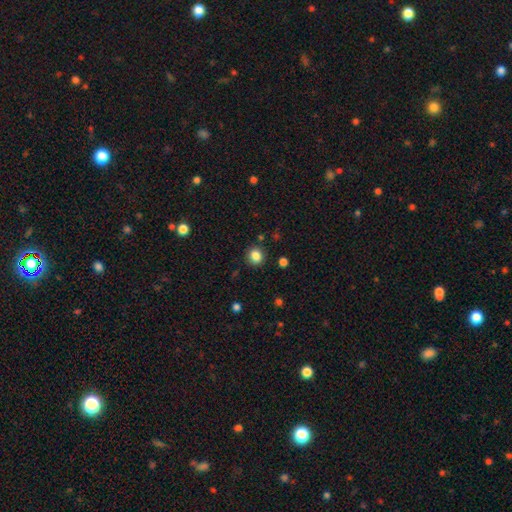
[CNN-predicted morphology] Smooth or featured?
  - smooth: 84% *
  - star or artifact: 11%
  - featured or disk: 4%
How rounded?
  - round: 85% *
  - in between: 15%
  - cigar-shaped: 1%
Merging?
  - none: 88% *
  - minor disturbance: 8%
  - major disturbance: 2%
  - merger: 2%